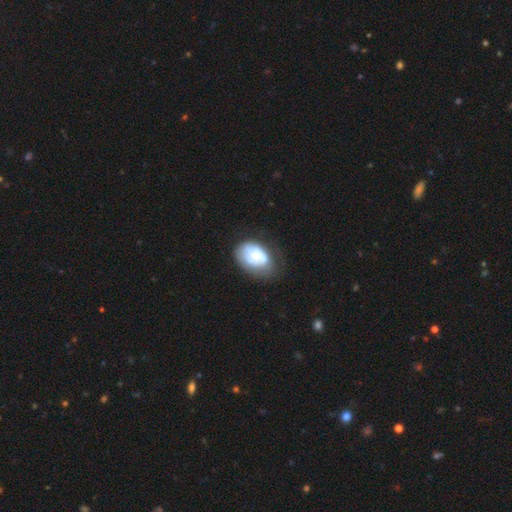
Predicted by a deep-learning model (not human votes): Smooth or featured: smooth — 52% (featured or disk — 40%)
How rounded: in between — 81% (round — 18%)
Merging: none — 42% (minor disturbance — 33%)